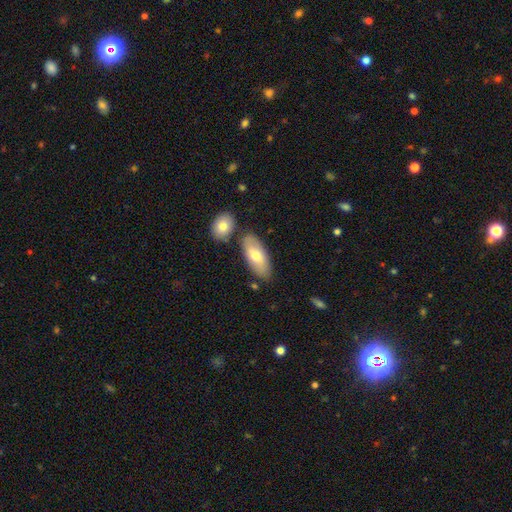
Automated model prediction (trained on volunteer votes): Overall: smooth (69%). How rounded: in between (87%). Merging: none (75%).